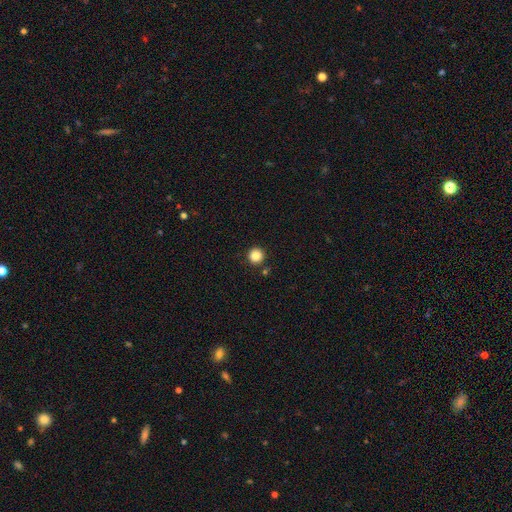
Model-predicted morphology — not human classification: smooth_or_featured: smooth (p=0.86) [alt: star or artifact p=0.11]
how_rounded: round (p=0.96) [alt: in between p=0.03]
merging: none (p=0.89) [alt: minor disturbance p=0.05]